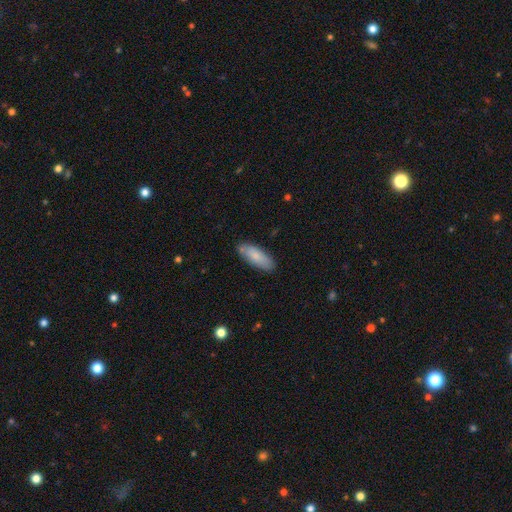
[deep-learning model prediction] The model was most divided on "how rounded": in between: 72%, cigar-shaped: 26%, round: 2%. More confident: merging — none (81%); smooth or featured — smooth (80%).